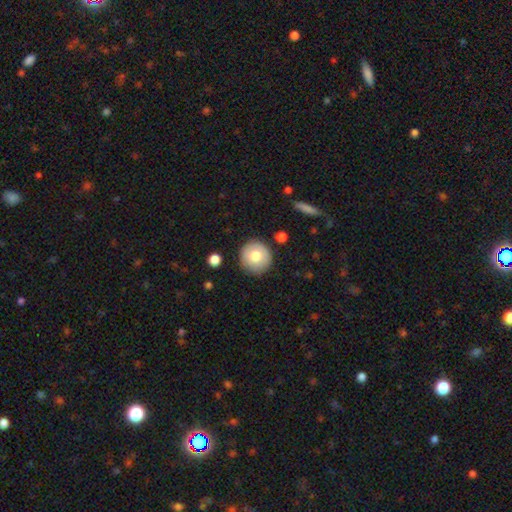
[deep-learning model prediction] This is likely a smooth galaxy (73%). How rounded: clearly round (93%). Merging: clearly none (87%).